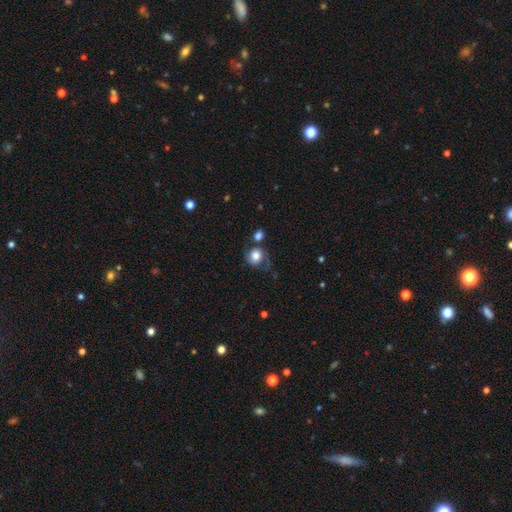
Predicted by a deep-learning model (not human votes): Q: Smooth or featured?
A: smooth (51%); runner-up: featured or disk (41%)
Q: How rounded?
A: round (80%); runner-up: in between (19%)
Q: Merging?
A: none (55%); runner-up: minor disturbance (22%)